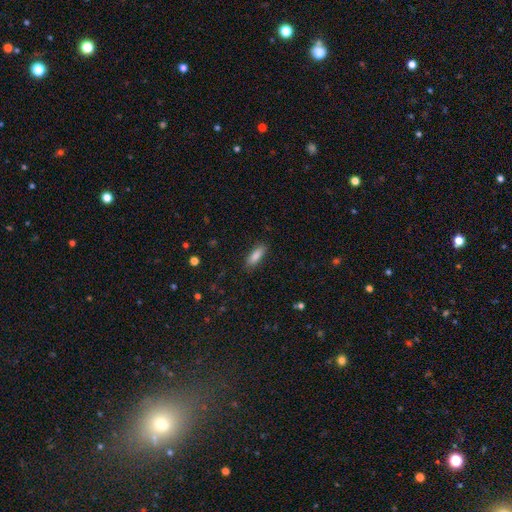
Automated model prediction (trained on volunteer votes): A smooth galaxy with no disk features (83%) that is in between round and cigar-shaped (57%). Merging: none (88%).